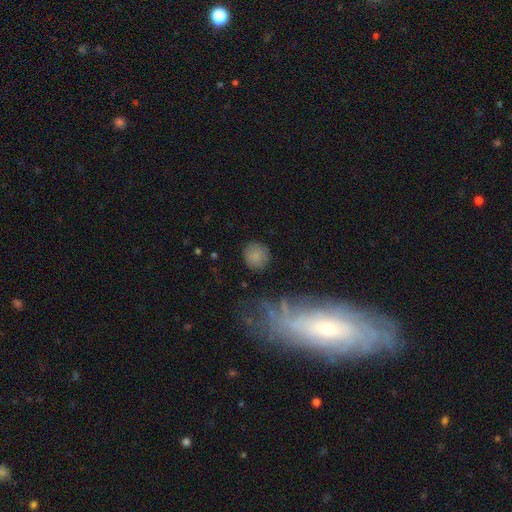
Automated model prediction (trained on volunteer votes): Smooth or featured: smooth — 79% (star or artifact — 11%)
How rounded: round — 90% (in between — 9%)
Merging: none — 84% (minor disturbance — 10%)